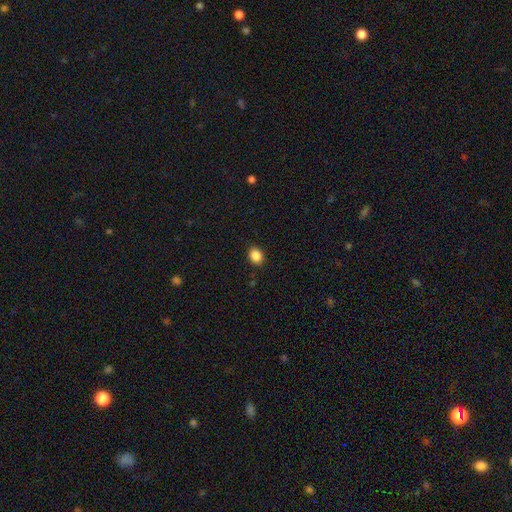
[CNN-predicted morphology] Smooth or featured? Predicted: smooth (p=0.87). How rounded? Predicted: in between (p=0.50). Merging? Predicted: none (p=0.89).